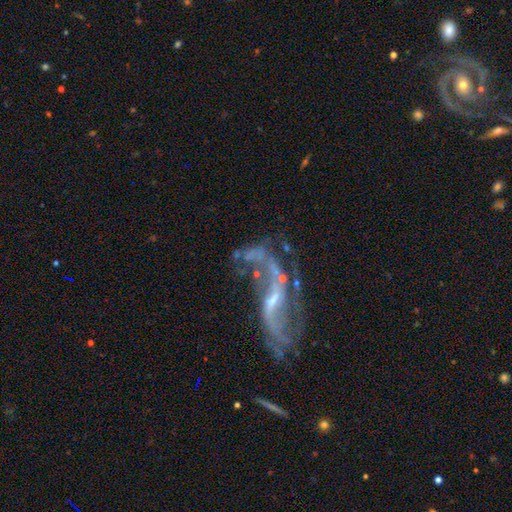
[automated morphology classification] Q: Smooth or featured?
A: featured or disk (82%); runner-up: star or artifact (10%)
Q: Edge-on disk?
A: no (94%); runner-up: yes (6%)
Q: Bar?
A: weak (44%); runner-up: no (30%)
Q: Spiral arms?
A: yes (81%); runner-up: no (19%)
Q: Spiral winding?
A: loose (85%); runner-up: medium (11%)
Q: Spiral arm count?
A: 2 (81%); runner-up: 1 (7%)
Q: Bulge size?
A: small (55%); runner-up: none (24%)
Q: Merging?
A: none (37%); runner-up: major disturbance (30%)